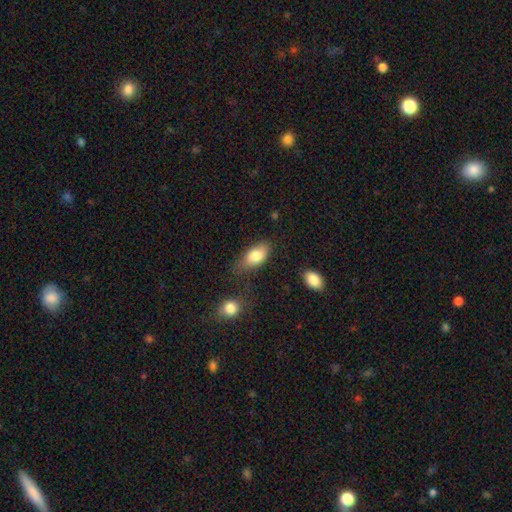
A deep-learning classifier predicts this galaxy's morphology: smooth_or_featured: smooth (p=0.82) [alt: featured or disk p=0.11]
how_rounded: in between (p=0.90) [alt: round p=0.05]
merging: none (p=0.62) [alt: minor disturbance p=0.25]